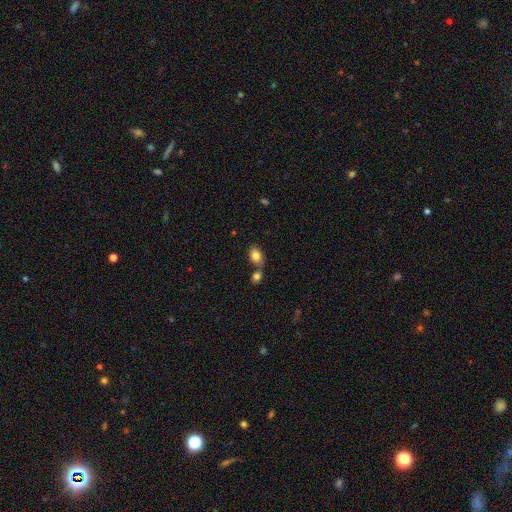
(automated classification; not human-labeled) A smooth galaxy with no disk features (84%) that is in between round and cigar-shaped (80%). Merging: none (55%).